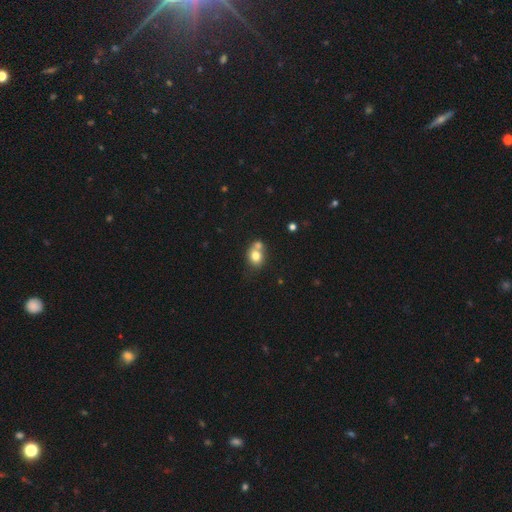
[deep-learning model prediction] A smooth galaxy with no disk features (76%) that is round (63%).

Vote fractions:
- Smooth or featured? smooth: 76% / featured or disk: 13% / star or artifact: 10%
- How rounded? round: 63% / in between: 36% / cigar-shaped: 1%
- Merging? merger: 47% / none: 39% / minor disturbance: 11% / major disturbance: 4%